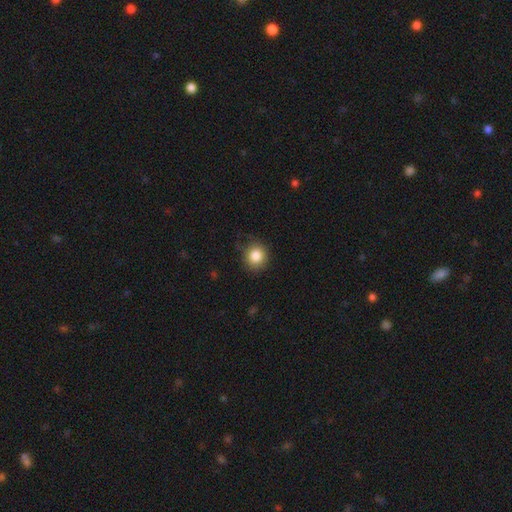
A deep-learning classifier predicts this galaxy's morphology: A smooth galaxy with no disk features (84%) that is round (87%).

Vote fractions:
- Smooth or featured? smooth: 84% / star or artifact: 10% / featured or disk: 6%
- How rounded? round: 87% / in between: 12% / cigar-shaped: 1%
- Merging? none: 83% / minor disturbance: 12% / major disturbance: 3% / merger: 1%